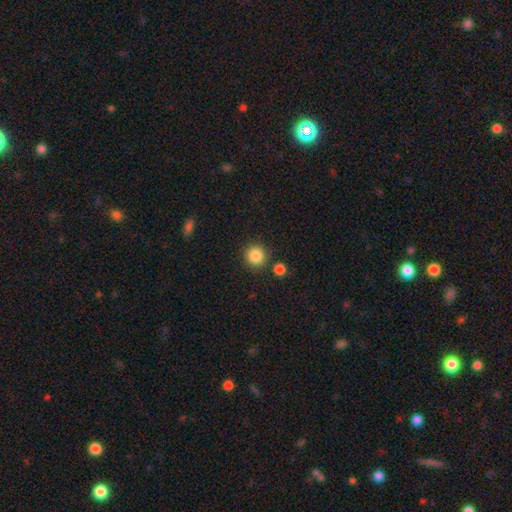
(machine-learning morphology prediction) Overall: smooth (86%). How rounded: round (93%). Merging: none (86%).